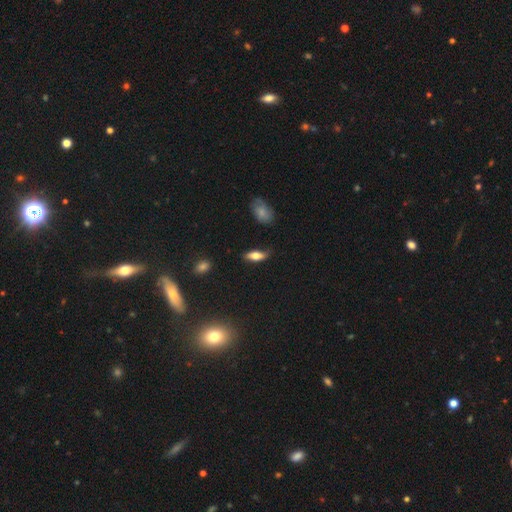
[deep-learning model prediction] Smooth or featured: smooth — 65% (featured or disk — 28%)
How rounded: in between — 69% (cigar-shaped — 27%)
Merging: none — 76% (minor disturbance — 18%)